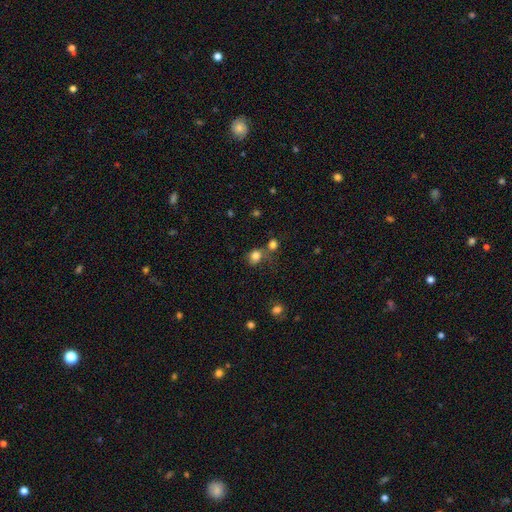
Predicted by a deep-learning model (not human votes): Smooth or featured?
  - smooth: 80% *
  - star or artifact: 13%
  - featured or disk: 7%
How rounded?
  - round: 65% *
  - in between: 33%
  - cigar-shaped: 1%
Merging?
  - none: 52% *
  - merger: 24%
  - minor disturbance: 16%
  - major disturbance: 8%